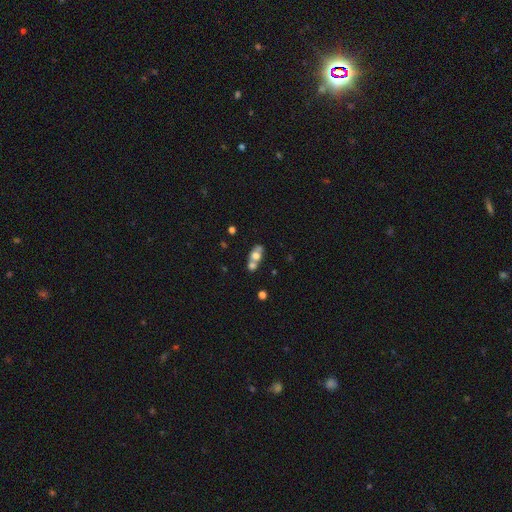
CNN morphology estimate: This appears to be a smooth galaxy with no disk features (60%) that is in between round and cigar-shaped (64%). Merging: merger (54%).